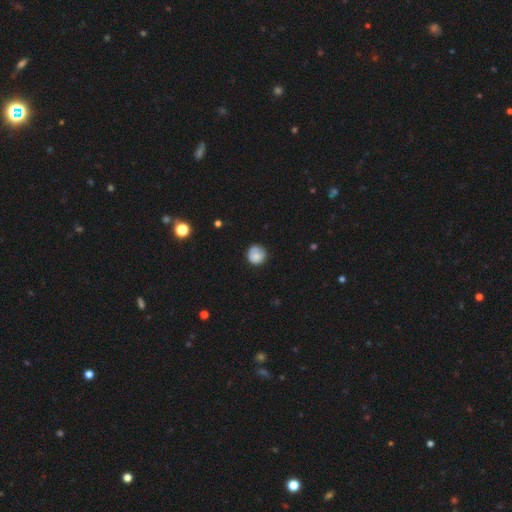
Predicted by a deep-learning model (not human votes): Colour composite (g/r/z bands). It shows a smooth galaxy with no disk features (77%) that is round (91%). Merging: none (72%).